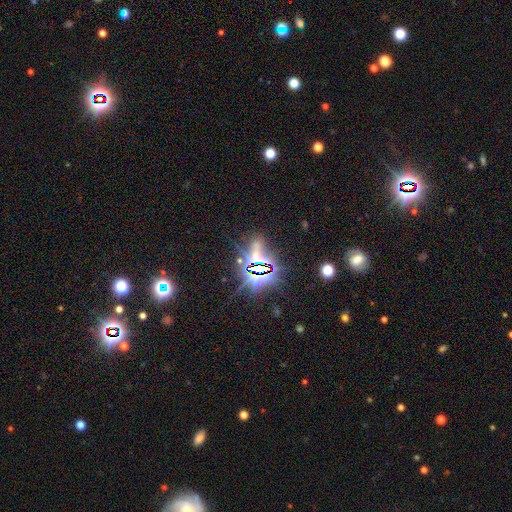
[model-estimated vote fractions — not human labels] The model was most divided on "smooth or featured": star or artifact: 74%, smooth: 14%, featured or disk: 12%.